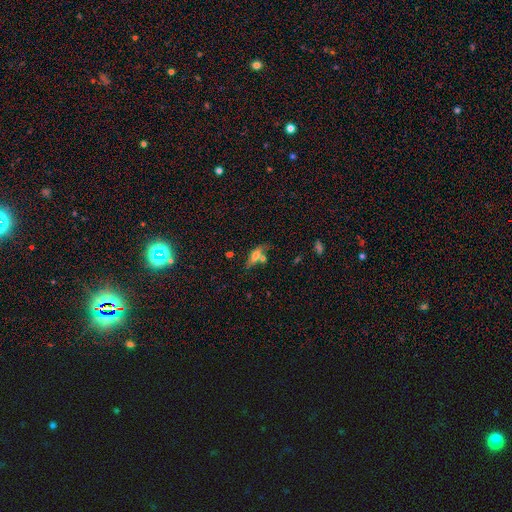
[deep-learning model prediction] Smooth or featured: smooth — 56% (featured or disk — 34%)
How rounded: in between — 53% (cigar-shaped — 43%)
Merging: none — 55% (merger — 22%)